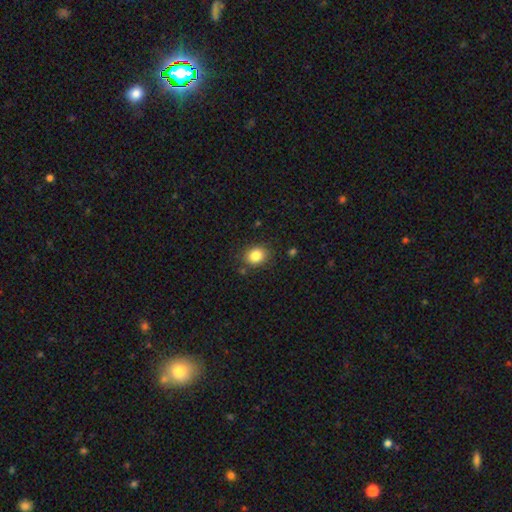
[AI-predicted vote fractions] Morphology: type=smooth (84%); roundness=round (62%); merging=none (82%).